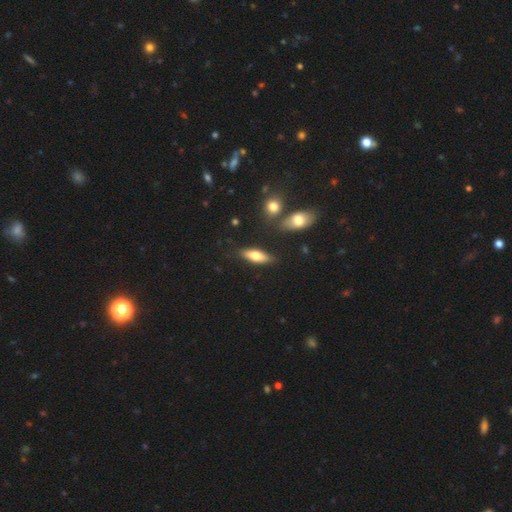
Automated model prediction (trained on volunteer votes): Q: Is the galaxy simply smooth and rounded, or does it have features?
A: smooth — 66%.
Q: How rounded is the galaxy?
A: in between — 59%.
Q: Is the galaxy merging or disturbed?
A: none — 80%.